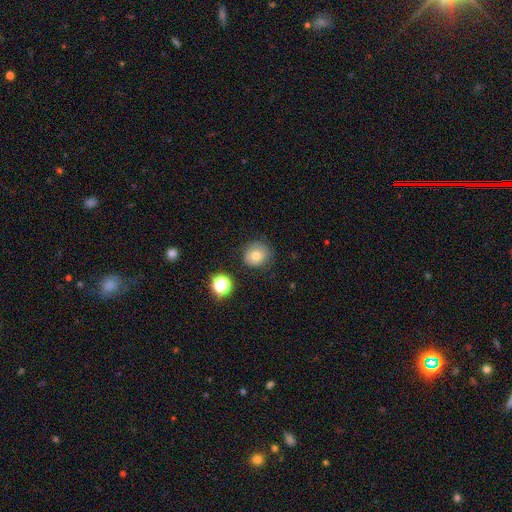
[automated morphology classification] Overall: smooth (71%). How rounded: round (87%). Merging: none (76%).